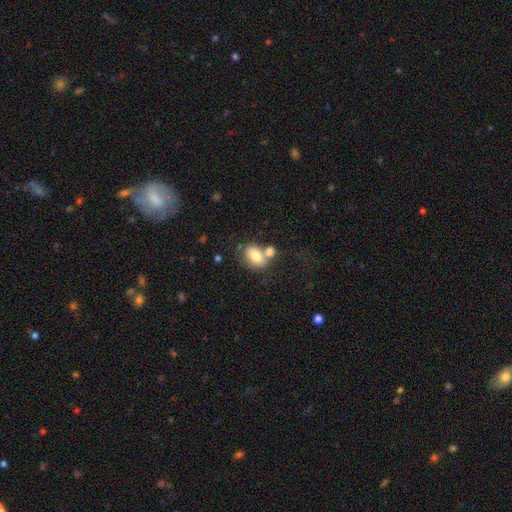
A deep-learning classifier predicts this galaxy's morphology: The model was most divided on "merging": merger: 47%, none: 36%, minor disturbance: 12%, major disturbance: 5%. More confident: how rounded — in between (77%); smooth or featured — smooth (76%).